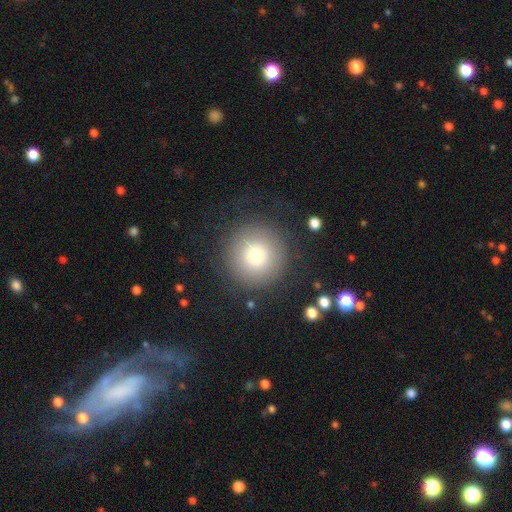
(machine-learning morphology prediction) Smooth or featured? Predicted: smooth (p=0.78). How rounded? Predicted: round (p=0.96). Merging? Predicted: none (p=0.84).